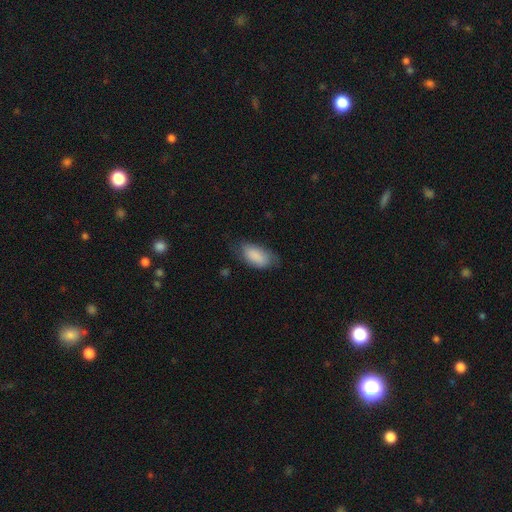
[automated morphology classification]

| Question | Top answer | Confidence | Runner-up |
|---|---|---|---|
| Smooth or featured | smooth | 84% | featured or disk (10%) |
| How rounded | in between | 93% | cigar-shaped (4%) |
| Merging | none | 62% | minor disturbance (29%) |